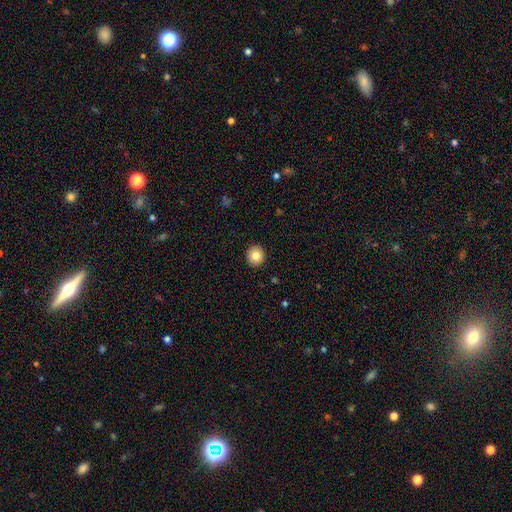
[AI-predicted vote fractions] Morphology: type=smooth (83%); roundness=round (91%); merging=none (93%).